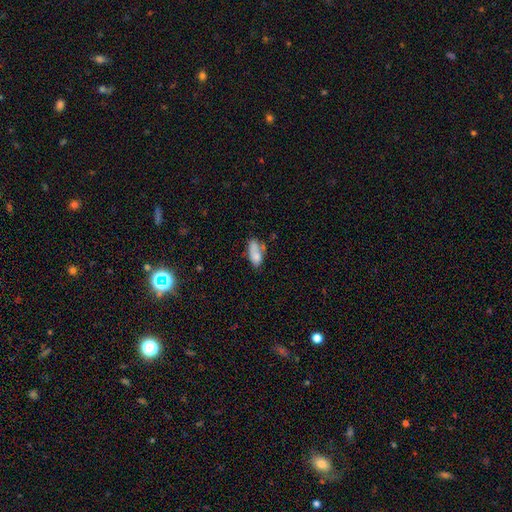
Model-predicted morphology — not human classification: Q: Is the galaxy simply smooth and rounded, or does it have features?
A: smooth — 76%.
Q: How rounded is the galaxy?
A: in between — 85%.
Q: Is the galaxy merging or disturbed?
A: none — 44%.